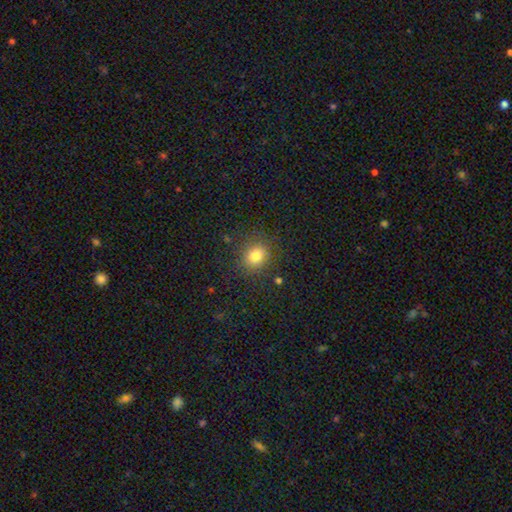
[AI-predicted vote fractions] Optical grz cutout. It shows a smooth galaxy with no disk features (80%) that is round (71%). Merging: none (85%).